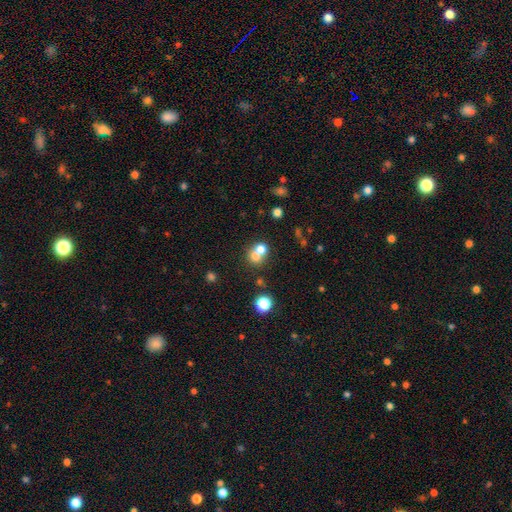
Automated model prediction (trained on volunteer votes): This appears to be a smooth galaxy with no disk features (69%) that is round (80%). Merging: merger (56%).